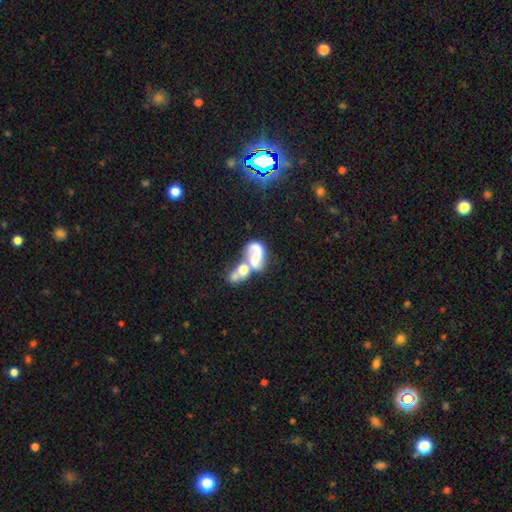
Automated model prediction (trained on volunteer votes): featured or disk 62%, smooth 28%, star or artifact 9%. Down the decision tree: edge-on disk — no (96%); bar — no (47%); spiral arms — yes (76%); bulge size — none (38%); merging — merger (70%).